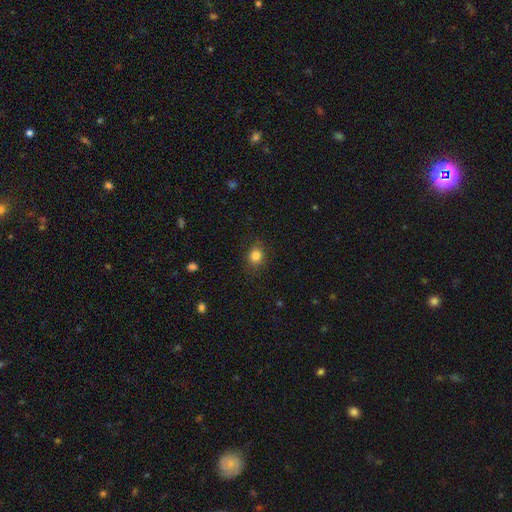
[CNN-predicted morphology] A smooth galaxy with no disk features (83%) that is round (76%). Merging: none (86%).